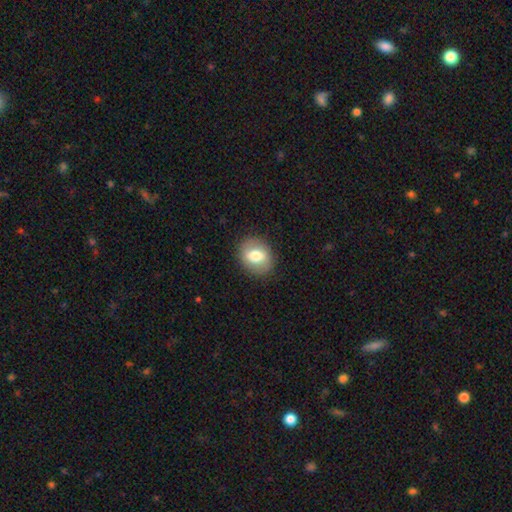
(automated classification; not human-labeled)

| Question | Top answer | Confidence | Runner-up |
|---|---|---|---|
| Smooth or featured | smooth | 70% | featured or disk (23%) |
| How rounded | round | 52% | in between (47%) |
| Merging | none | 87% | minor disturbance (9%) |